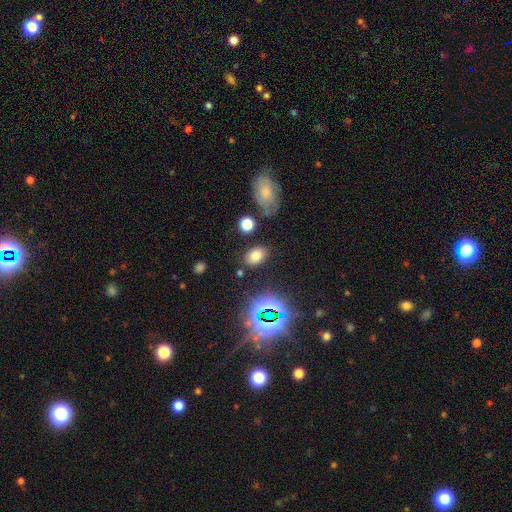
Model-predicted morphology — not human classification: smooth-or-featured: smooth: 73% | star or artifact: 18% | featured or disk: 9%
  how-rounded: in between: 80% | round: 19% | cigar-shaped: 1%
  merging: none: 81% | minor disturbance: 11% | merger: 4% | major disturbance: 4%